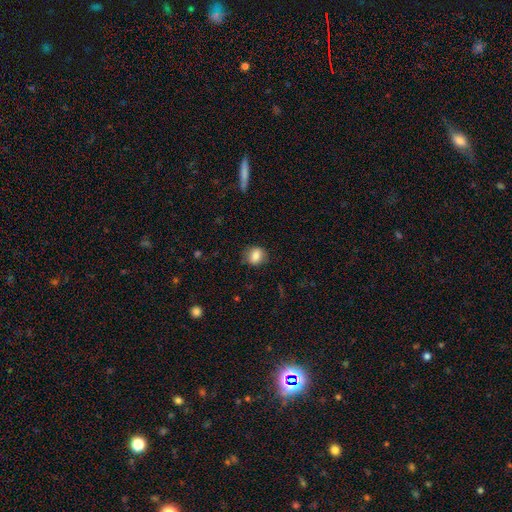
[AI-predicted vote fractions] smooth 82%, featured or disk 9%, star or artifact 9%. Down the decision tree: how rounded — round (60%); merging — none (81%).